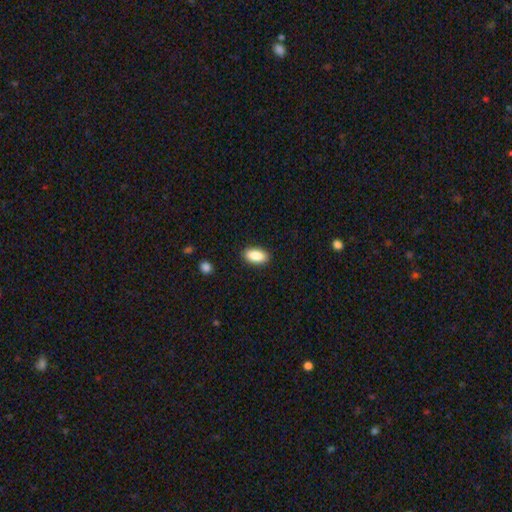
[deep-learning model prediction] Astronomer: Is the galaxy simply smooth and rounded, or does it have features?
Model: smooth — 89%.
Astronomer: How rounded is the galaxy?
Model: in between — 92%.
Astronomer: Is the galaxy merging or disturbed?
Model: none — 89%.